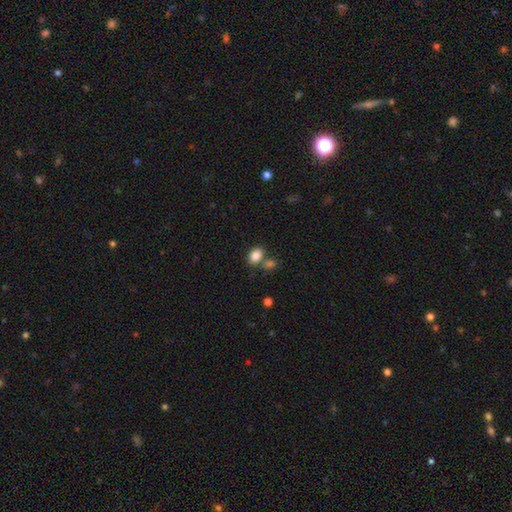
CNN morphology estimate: Smooth or featured? Predicted: smooth (p=0.85). How rounded? Predicted: in between (p=0.74). Merging? Predicted: none (p=0.57).